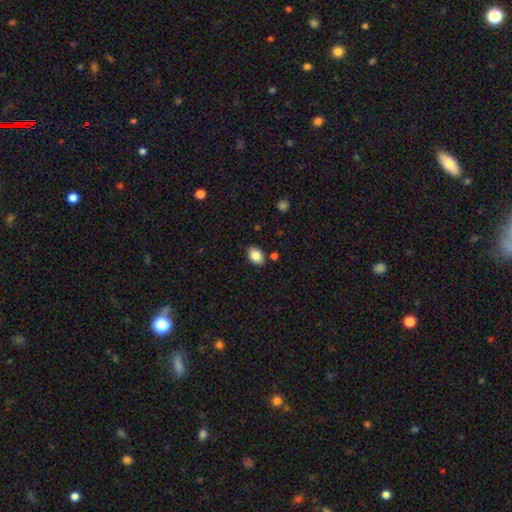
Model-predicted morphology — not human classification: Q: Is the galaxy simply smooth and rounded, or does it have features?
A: smooth — 85%.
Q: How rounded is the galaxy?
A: in between — 81%.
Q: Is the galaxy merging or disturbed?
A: none — 83%.